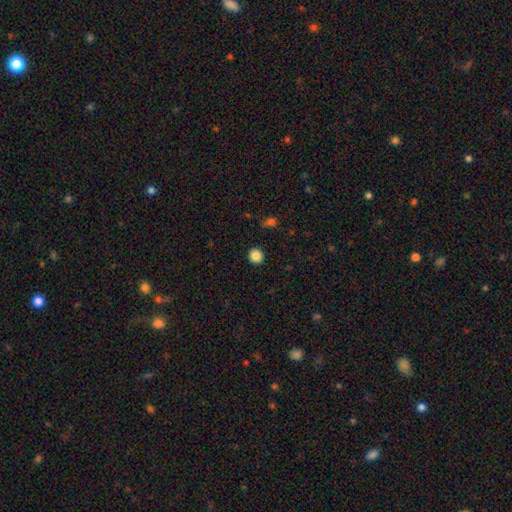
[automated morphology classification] A smooth galaxy with no disk features (86%) that is round (90%). Merging: none (91%).